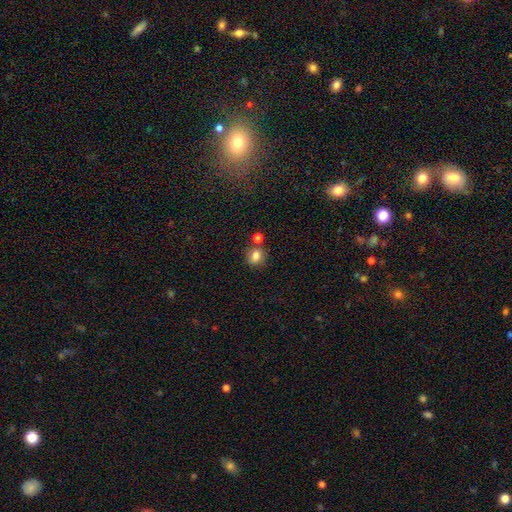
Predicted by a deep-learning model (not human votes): Overall: smooth (81%). How rounded: round (74%). Merging: none (68%).